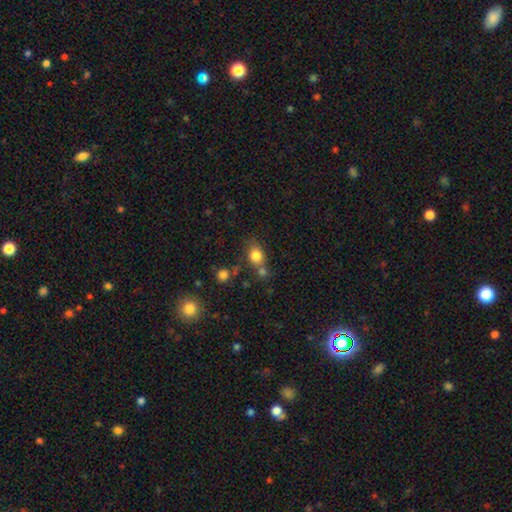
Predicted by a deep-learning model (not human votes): smooth 81%, star or artifact 11%, featured or disk 8%. Down the decision tree: how rounded — round (57%); merging — none (56%).